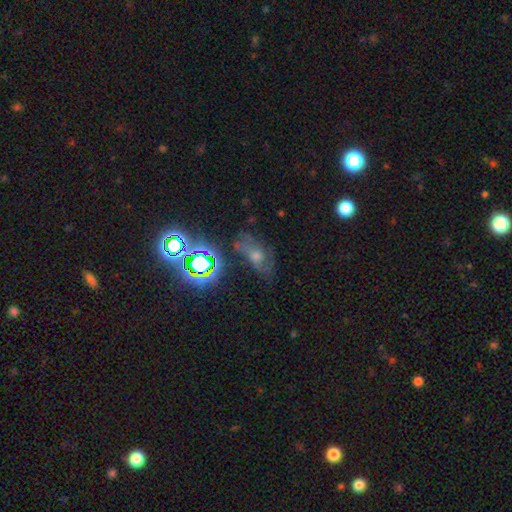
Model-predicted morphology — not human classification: type=featured or disk (37%); merging=none (58%).